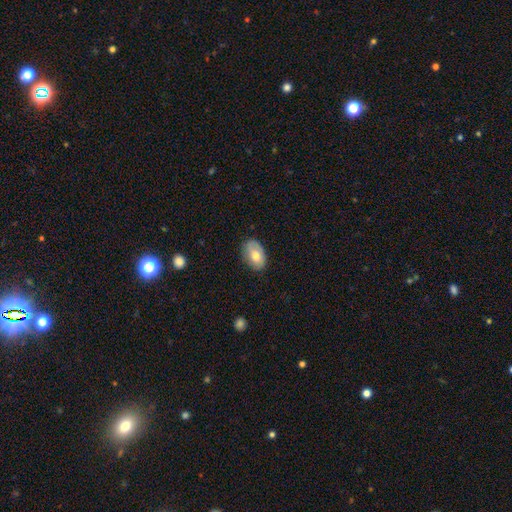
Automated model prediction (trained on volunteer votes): Morphology: type=smooth (73%); roundness=in between (89%); merging=none (78%).